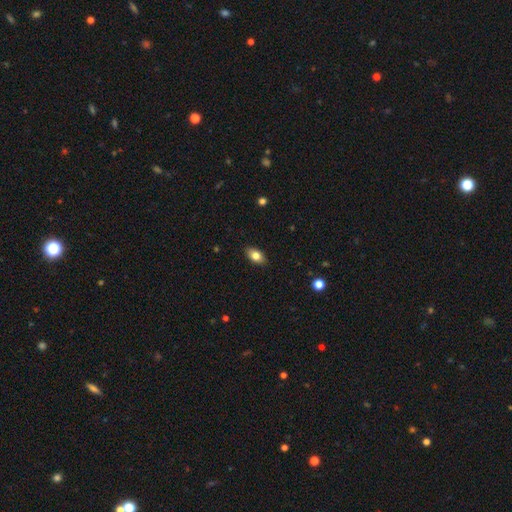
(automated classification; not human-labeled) Smooth or featured?
  - smooth: 81% *
  - featured or disk: 11%
  - star or artifact: 8%
How rounded?
  - in between: 89% *
  - round: 7%
  - cigar-shaped: 3%
Merging?
  - none: 88% *
  - minor disturbance: 9%
  - major disturbance: 2%
  - merger: 1%